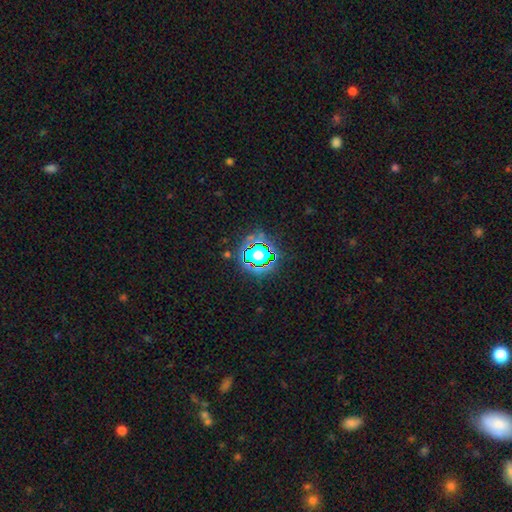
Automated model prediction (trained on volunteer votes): smooth-or-featured: star or artifact: 79% | smooth: 13% | featured or disk: 8%